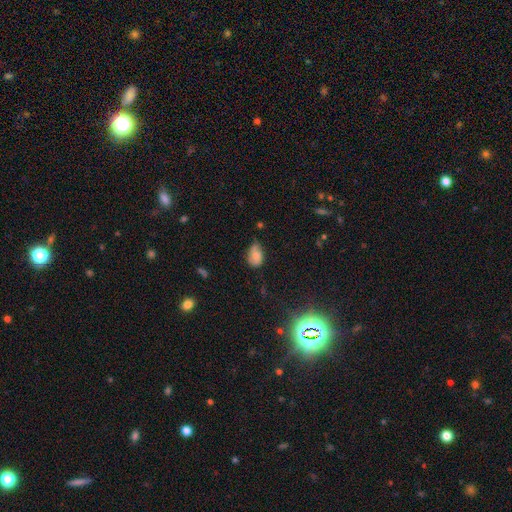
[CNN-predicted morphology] Overall: smooth (66%). How rounded: in between (81%). Merging: none (43%; minor disturbance 40%).